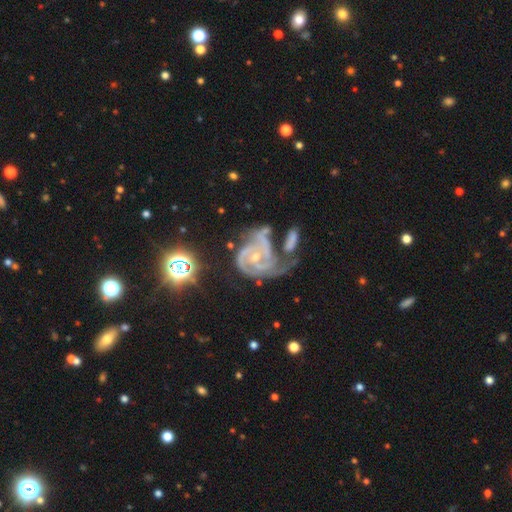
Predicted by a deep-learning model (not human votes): Smooth or featured? Predicted: featured or disk (p=0.89). Edge-on disk? Predicted: no (p=0.98). Bar? Predicted: no (p=0.62). Spiral arms? Predicted: yes (p=0.97). Spiral winding? Predicted: tight (p=0.55). Spiral arm count? Predicted: 2 (p=0.41). Bulge size? Predicted: small (p=0.64). Merging? Predicted: none (p=0.30).